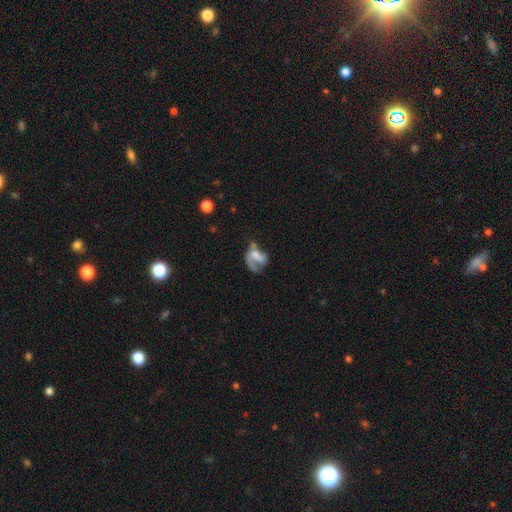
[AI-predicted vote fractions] Morphology: type=featured or disk (60%); edge-on=no (97%); bar=no (55%); spiral arms=yes (68%); bulge=none (40%); merging=major disturbance (42%).